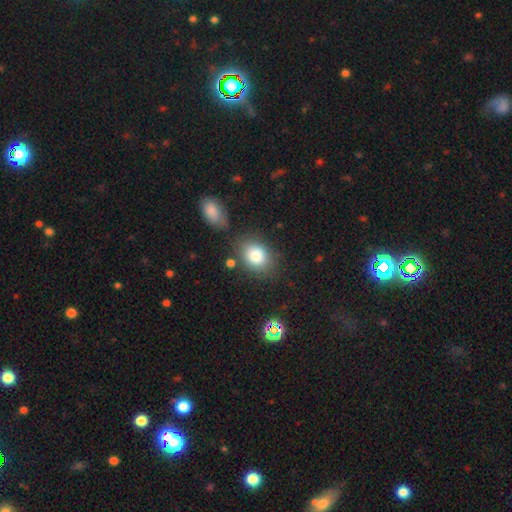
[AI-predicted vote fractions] Smooth or featured? smooth (82%)
How rounded? in between (62%)
Merging? none (71%)